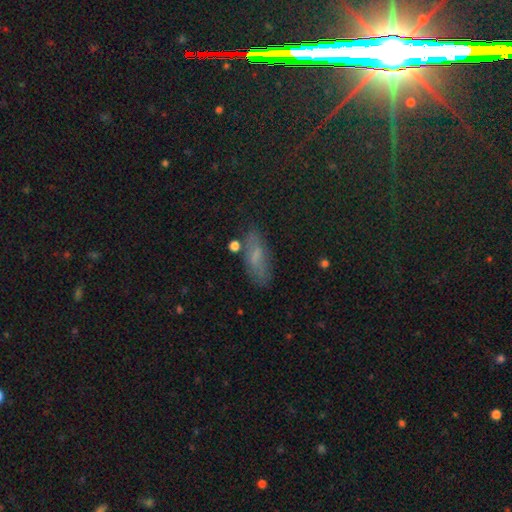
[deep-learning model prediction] A smooth galaxy with no disk features (54%) that is in between round and cigar-shaped (70%).

Vote fractions:
- Smooth or featured? smooth: 54% / star or artifact: 24% / featured or disk: 22%
- How rounded? in between: 70% / cigar-shaped: 25% / round: 5%
- Merging? none: 71% / minor disturbance: 19% / major disturbance: 7% / merger: 4%